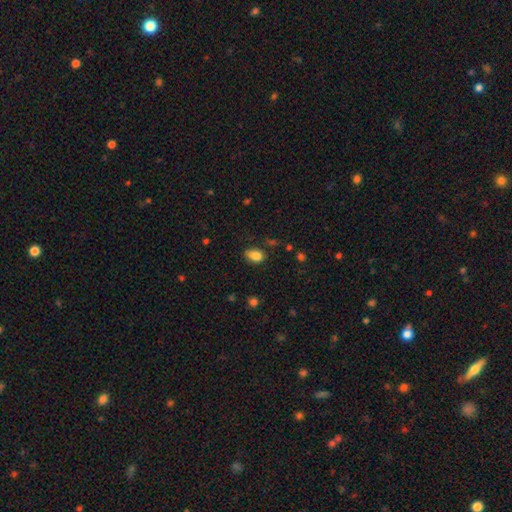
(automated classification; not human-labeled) smooth-or-featured: smooth: 86% | star or artifact: 9% | featured or disk: 5%
  how-rounded: in between: 85% | round: 14% | cigar-shaped: 1%
  merging: none: 75% | minor disturbance: 19% | major disturbance: 4% | merger: 2%